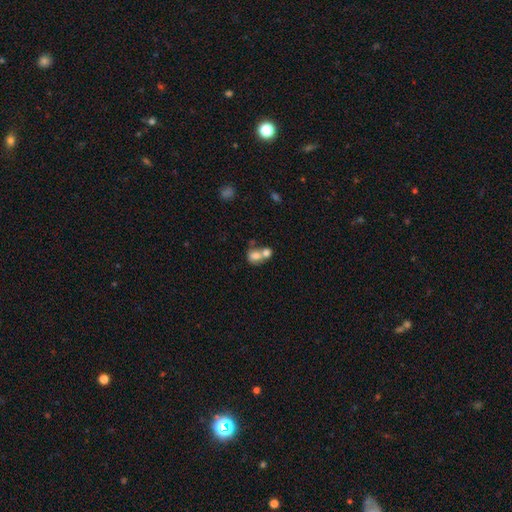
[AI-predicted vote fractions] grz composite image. It shows a smooth galaxy with no disk features (73%) that is in between round and cigar-shaped (49%, tied with round). Merging: merger (67%).